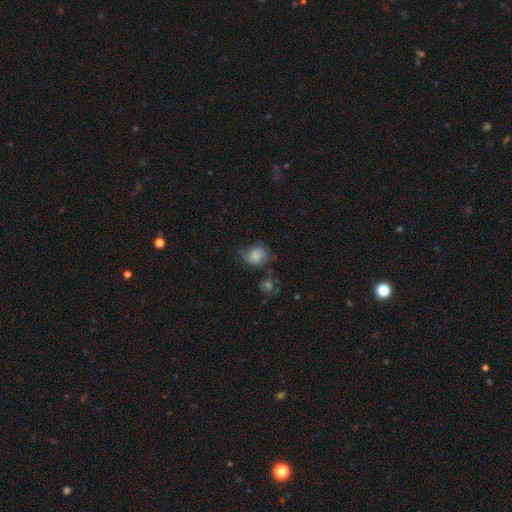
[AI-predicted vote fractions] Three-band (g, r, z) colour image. It shows a smooth galaxy with no disk features (58%) that is round (62%). Merging: none (53%).